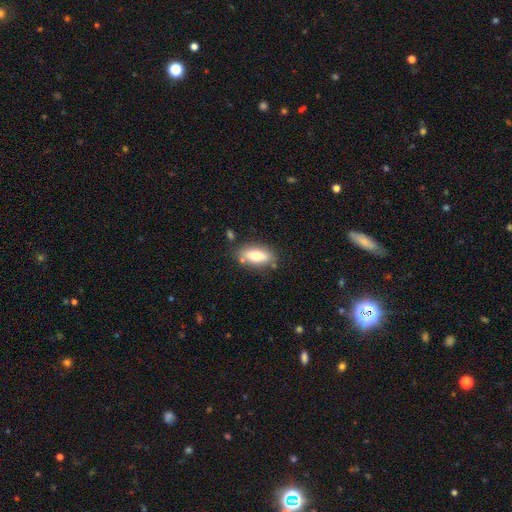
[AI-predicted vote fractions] Smooth or featured? Predicted: smooth (p=0.71). How rounded? Predicted: in between (p=0.76). Merging? Predicted: none (p=0.79).